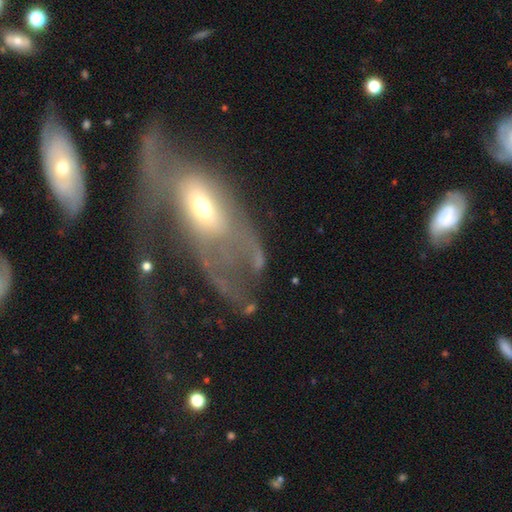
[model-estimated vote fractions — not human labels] This appears to be a featured or disk galaxy (54%). Merging: major disturbance (51%).